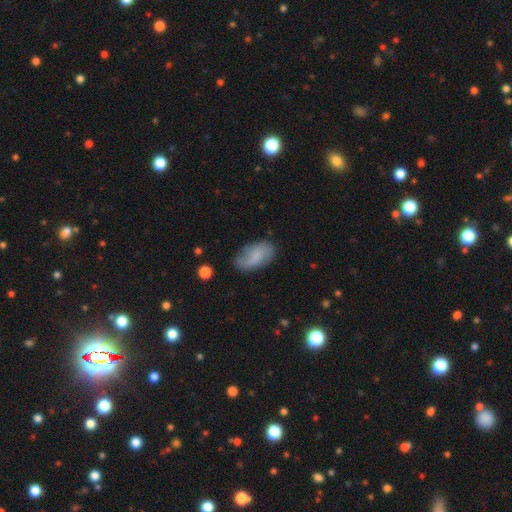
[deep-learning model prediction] Smooth or featured: smooth — 66% (featured or disk — 26%)
How rounded: in between — 93% (round — 4%)
Merging: none — 70% (minor disturbance — 22%)